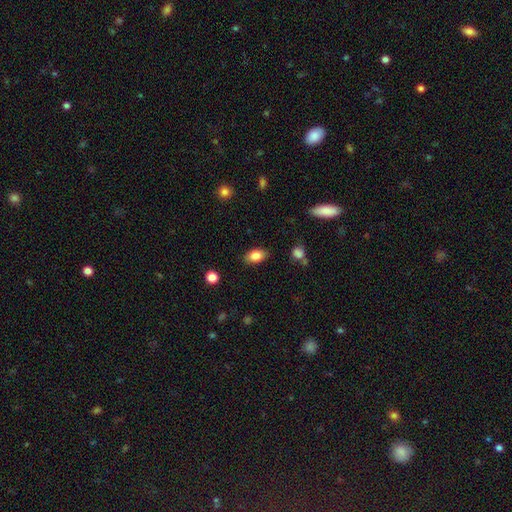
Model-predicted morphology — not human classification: Smooth or featured? smooth (84%)
How rounded? in between (88%)
Merging? none (85%)